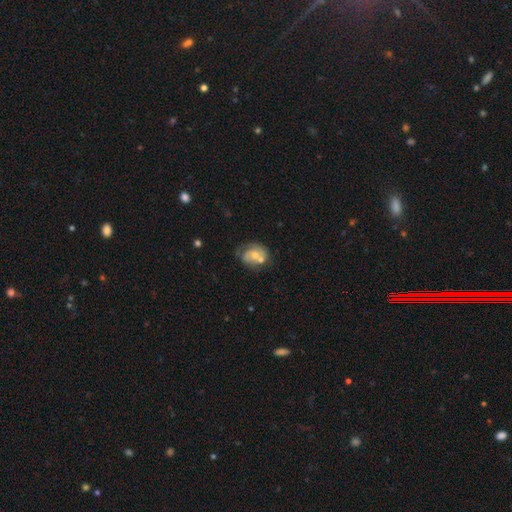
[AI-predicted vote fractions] smooth_or_featured: featured or disk (p=0.60) [alt: smooth p=0.33]
disk_edge_on: no (p=0.97) [alt: yes p=0.03]
bar: no (p=0.71) [alt: weak p=0.25]
has_spiral_arms: yes (p=0.76) [alt: no p=0.24]
bulge_size: moderate (p=0.58) [alt: small p=0.33]
merging: none (p=0.45) [alt: merger p=0.24]